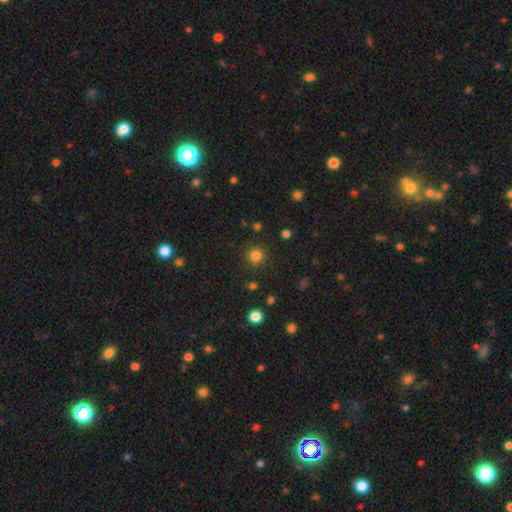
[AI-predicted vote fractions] smooth_or_featured: smooth (p=0.82) [alt: star or artifact p=0.14]
how_rounded: round (p=0.92) [alt: in between p=0.07]
merging: none (p=0.88) [alt: minor disturbance p=0.07]